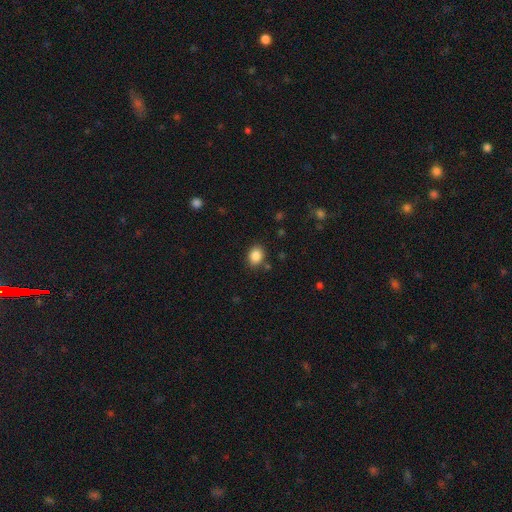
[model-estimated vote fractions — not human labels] smooth-or-featured: smooth: 86% | star or artifact: 10% | featured or disk: 4%
  how-rounded: in between: 51% | round: 49% | cigar-shaped: 1%
  merging: none: 84% | minor disturbance: 10% | major disturbance: 3% | merger: 3%